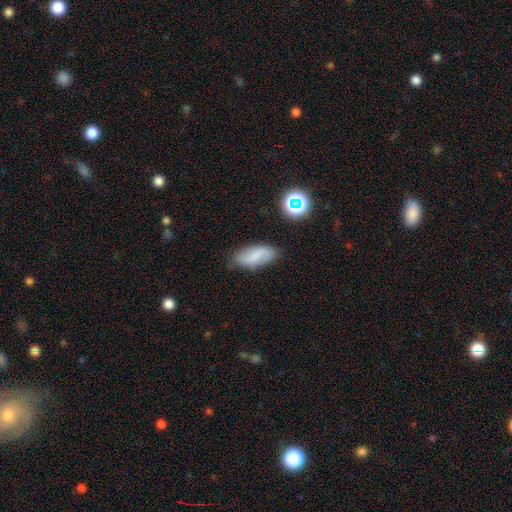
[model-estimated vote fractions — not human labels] smooth-or-featured: smooth: 69% | featured or disk: 21% | star or artifact: 10%
  how-rounded: in between: 82% | cigar-shaped: 15% | round: 3%
  merging: none: 77% | minor disturbance: 17% | major disturbance: 4% | merger: 2%